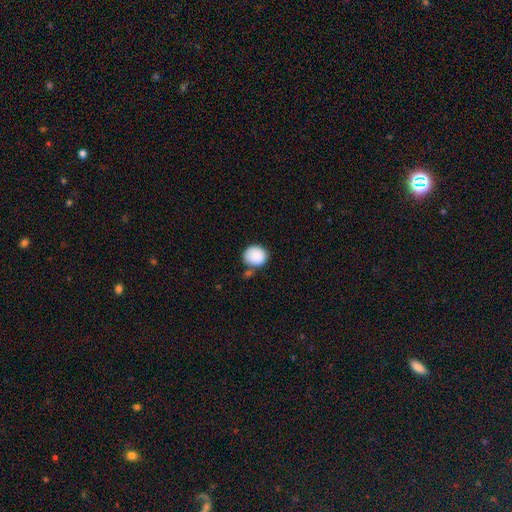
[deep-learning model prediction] smooth_or_featured: smooth (p=0.88) [alt: star or artifact p=0.07]
how_rounded: round (p=0.79) [alt: in between p=0.20]
merging: none (p=0.70) [alt: minor disturbance p=0.15]